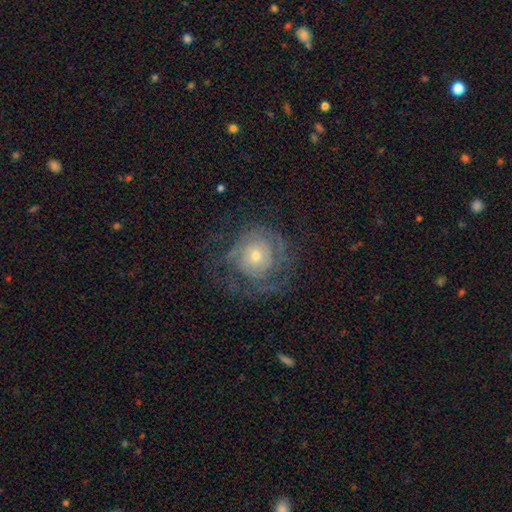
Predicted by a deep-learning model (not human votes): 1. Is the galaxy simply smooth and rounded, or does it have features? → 69% featured or disk, 22% smooth, 9% star or artifact.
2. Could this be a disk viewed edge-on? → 97% no, 3% yes.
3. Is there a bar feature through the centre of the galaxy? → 82% no, 14% weak, 3% strong.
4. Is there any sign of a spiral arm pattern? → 76% yes, 24% no.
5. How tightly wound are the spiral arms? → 65% tight, 24% medium, 11% loose.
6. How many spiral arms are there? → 50% can't tell, 21% 2, 11% 3, 8% 1, 6% 4, 5% more than 4.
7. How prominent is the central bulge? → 54% small, 40% moderate, 3% large, 1% none, 1% dominant.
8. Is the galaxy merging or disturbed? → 62% none, 19% major disturbance, 17% minor disturbance, 1% merger.